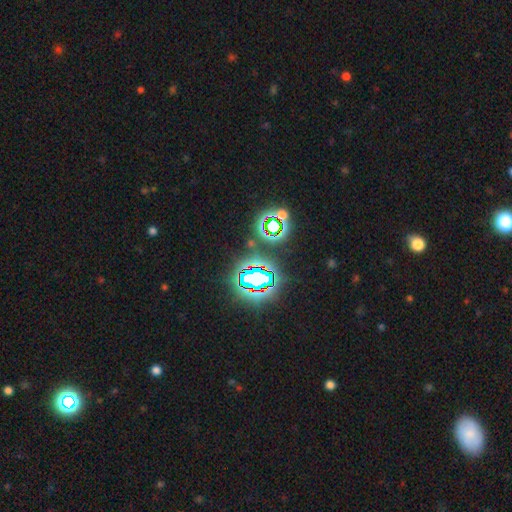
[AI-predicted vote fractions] Q: Smooth or featured?
A: star or artifact (81%); runner-up: smooth (11%)